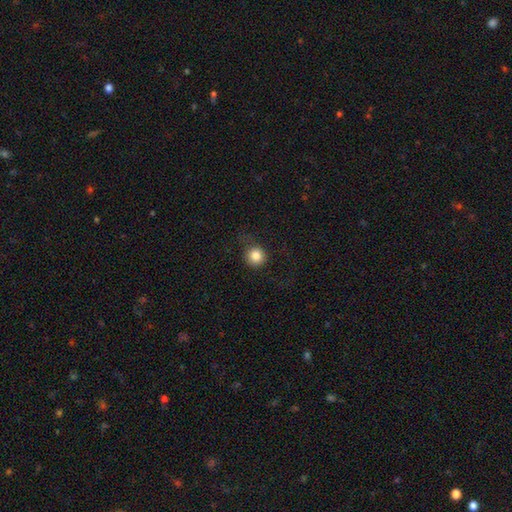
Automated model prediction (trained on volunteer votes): The model was most divided on "merging": none: 76%, minor disturbance: 16%, major disturbance: 7%, merger: 1%. More confident: how rounded — round (92%); smooth or featured — smooth (83%).